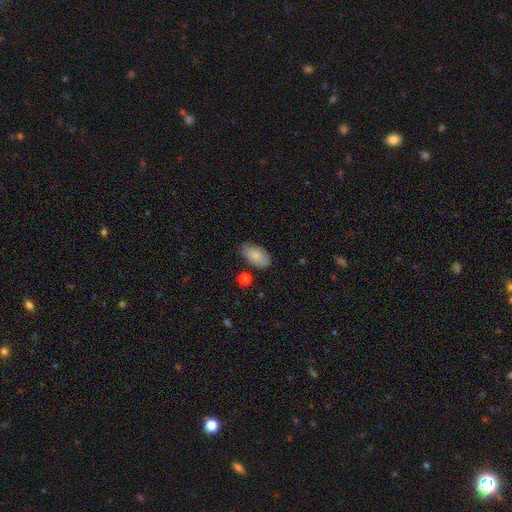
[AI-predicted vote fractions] Smooth or featured: smooth — 82% (featured or disk — 11%)
How rounded: in between — 94% (round — 4%)
Merging: none — 72% (minor disturbance — 22%)